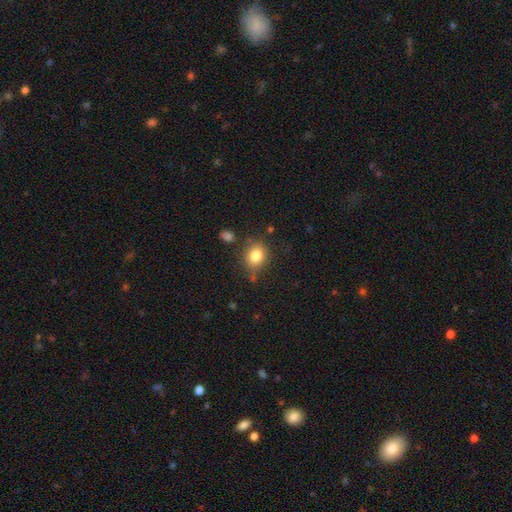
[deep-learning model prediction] This is clearly a smooth galaxy (82%). How rounded: likely round (61%). Merging: likely none (76%).